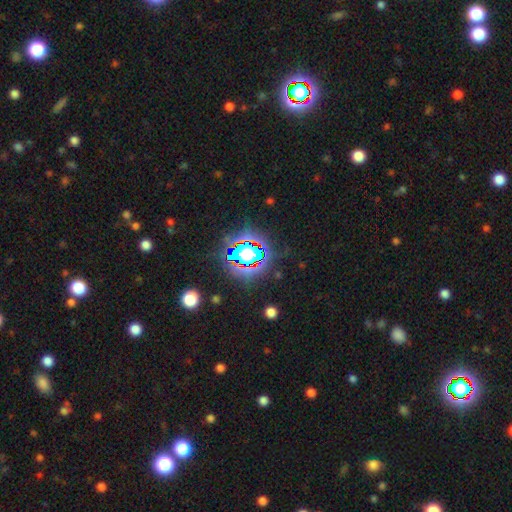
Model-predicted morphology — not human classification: Smooth or featured: star or artifact — 79% (smooth — 13%)